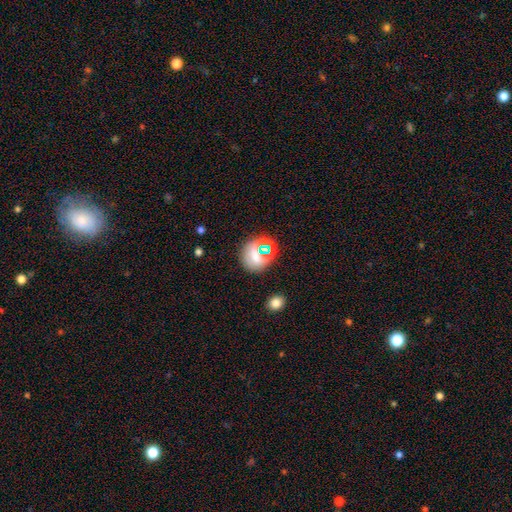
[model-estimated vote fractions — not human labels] Smooth or featured: smooth — 64% (star or artifact — 26%)
How rounded: round — 78% (in between — 21%)
Merging: none — 80% (minor disturbance — 11%)